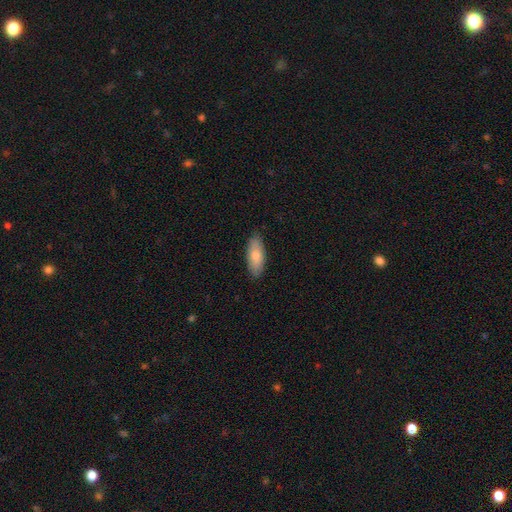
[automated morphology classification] Smooth or featured? Predicted: smooth (p=0.78). How rounded? Predicted: in between (p=0.77). Merging? Predicted: none (p=0.86).